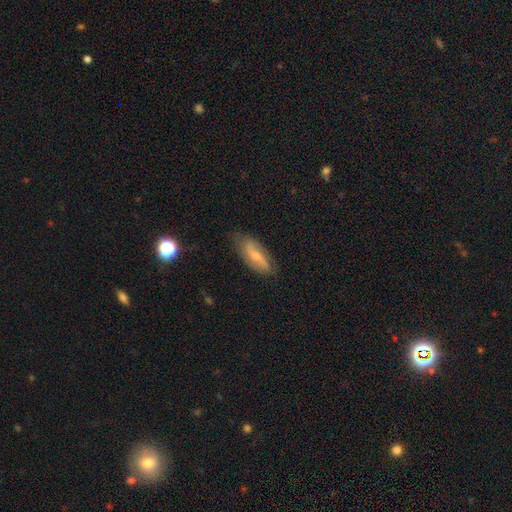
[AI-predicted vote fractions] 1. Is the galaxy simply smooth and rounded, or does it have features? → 58% featured or disk, 34% smooth, 8% star or artifact.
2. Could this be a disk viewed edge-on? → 85% no, 15% yes.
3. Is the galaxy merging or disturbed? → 74% none, 20% minor disturbance, 4% major disturbance, 2% merger.